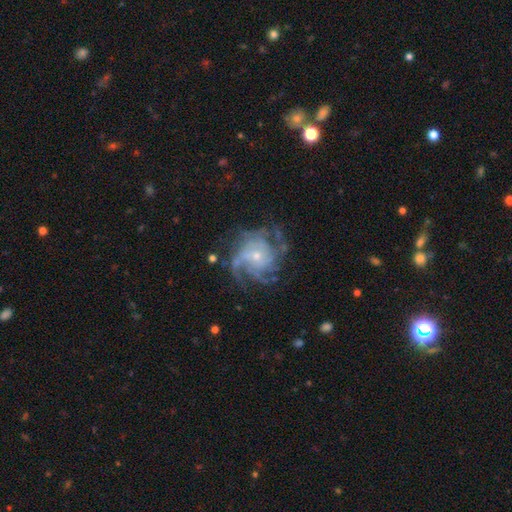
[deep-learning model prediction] Q: Smooth or featured?
A: featured or disk (84%); runner-up: star or artifact (8%)
Q: Edge-on disk?
A: no (98%); runner-up: yes (2%)
Q: Bar?
A: no (76%); runner-up: weak (21%)
Q: Spiral arms?
A: yes (93%); runner-up: no (7%)
Q: Spiral winding?
A: tight (45%); runner-up: medium (39%)
Q: Spiral arm count?
A: can't tell (27%); runner-up: 4 (26%)
Q: Bulge size?
A: small (63%); runner-up: moderate (32%)
Q: Merging?
A: none (60%); runner-up: minor disturbance (19%)